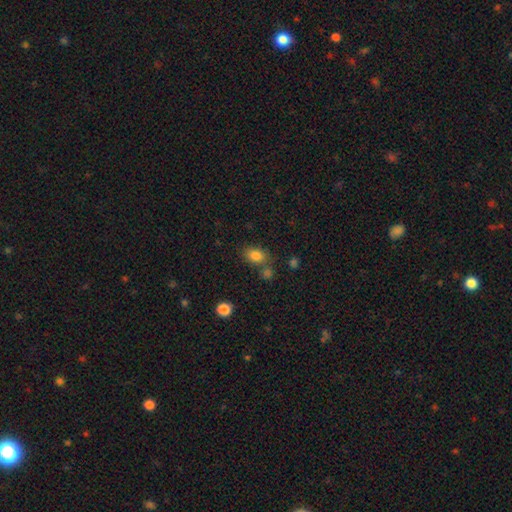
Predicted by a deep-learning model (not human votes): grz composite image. It shows a smooth galaxy with no disk features (82%) that is in between round and cigar-shaped (74%). Merging: none (66%).